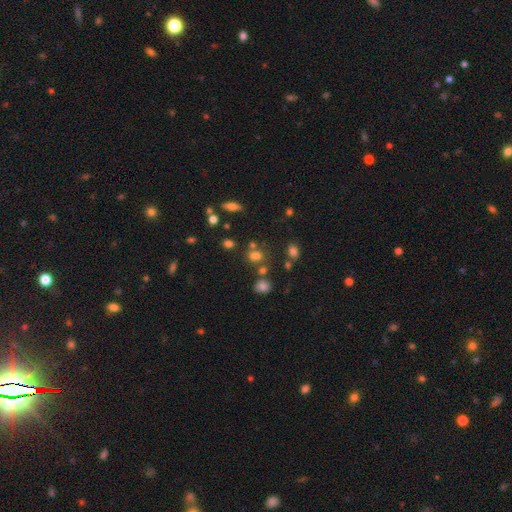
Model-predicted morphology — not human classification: Q: Smooth or featured?
A: smooth (63%); runner-up: star or artifact (25%)
Q: How rounded?
A: round (57%); runner-up: in between (41%)
Q: Merging?
A: none (56%); runner-up: merger (26%)